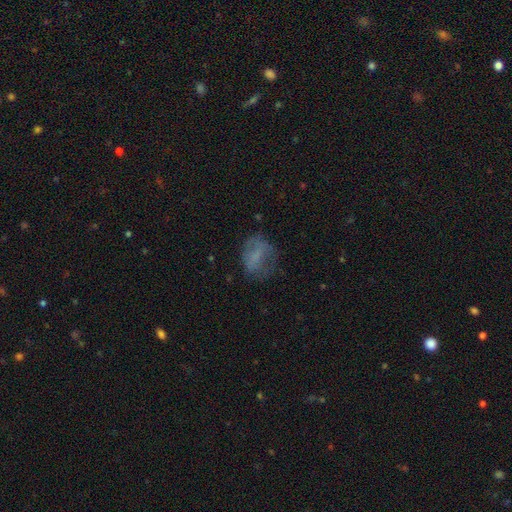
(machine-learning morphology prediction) Smooth or featured? Predicted: smooth (p=0.54). How rounded? Predicted: in between (p=0.64). Merging? Predicted: none (p=0.51).